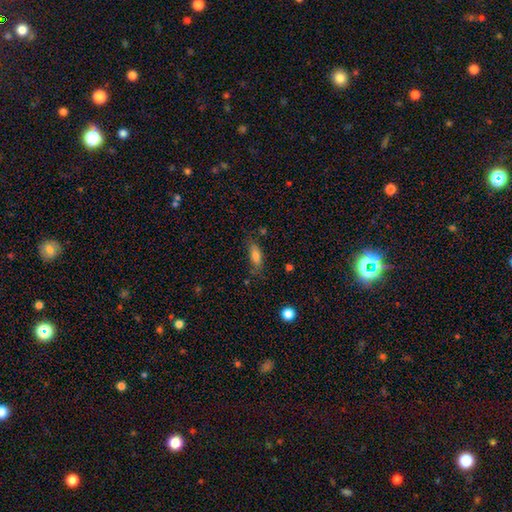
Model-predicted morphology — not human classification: smooth_or_featured: smooth (p=0.72) [alt: featured or disk p=0.17]
how_rounded: in between (p=0.66) [alt: cigar-shaped p=0.31]
merging: none (p=0.74) [alt: minor disturbance p=0.18]